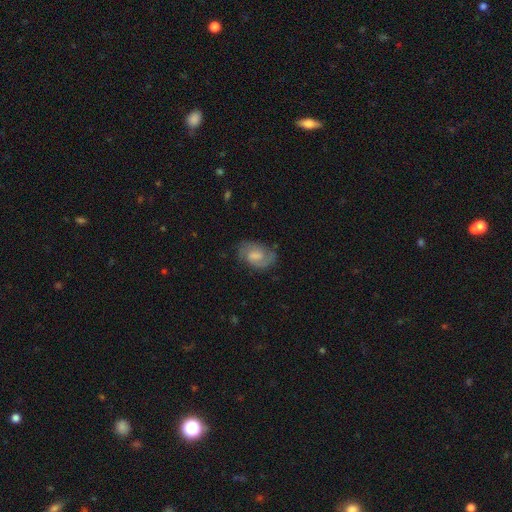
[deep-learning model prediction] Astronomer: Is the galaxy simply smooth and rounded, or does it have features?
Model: featured or disk — 61%.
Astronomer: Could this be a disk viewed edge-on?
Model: no — 97%.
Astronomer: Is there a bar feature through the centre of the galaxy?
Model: weak — 55% (runner-up: no, 32%).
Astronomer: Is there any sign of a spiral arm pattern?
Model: yes — 88%.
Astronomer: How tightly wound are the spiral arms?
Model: medium — 49% (runner-up: tight, 32%).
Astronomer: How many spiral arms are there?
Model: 2 — 78%.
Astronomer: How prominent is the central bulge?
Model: moderate — 35% (runner-up: small, 29%).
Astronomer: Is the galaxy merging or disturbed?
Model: none — 69%.